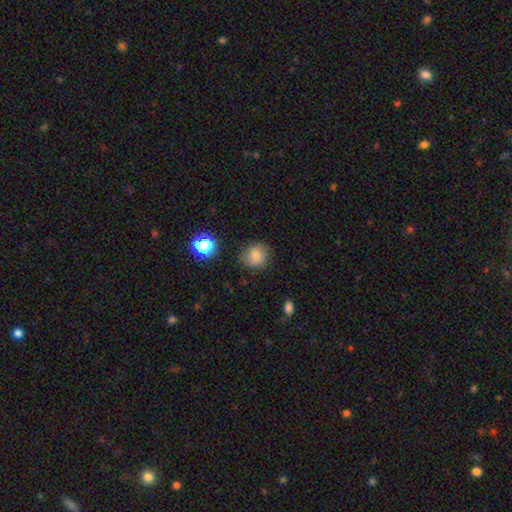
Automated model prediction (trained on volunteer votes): smooth_or_featured: smooth (p=0.76) [alt: star or artifact p=0.13]
how_rounded: round (p=0.86) [alt: in between p=0.13]
merging: none (p=0.80) [alt: minor disturbance p=0.15]